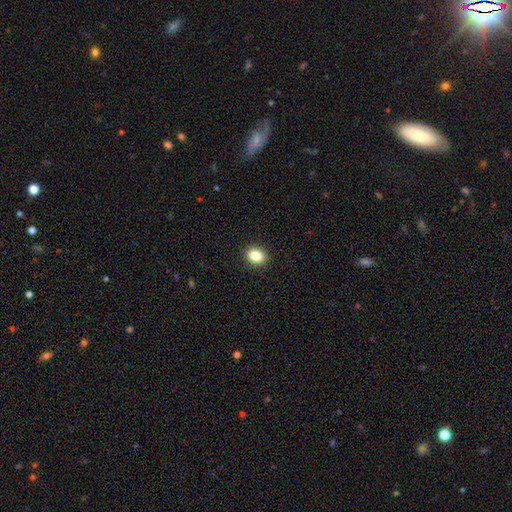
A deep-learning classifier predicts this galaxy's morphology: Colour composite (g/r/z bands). It shows a smooth galaxy with no disk features (86%) that is in between round and cigar-shaped (61%). Merging: none (91%).